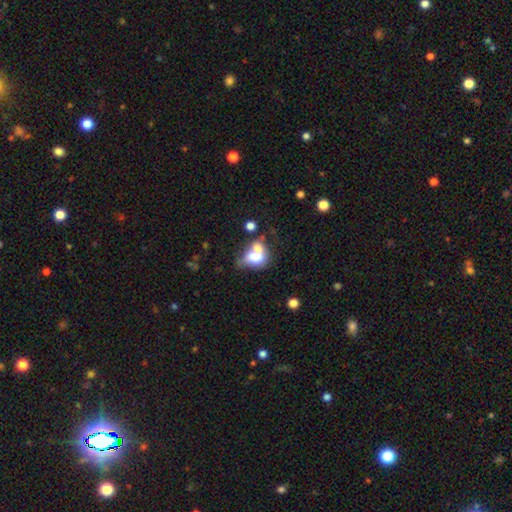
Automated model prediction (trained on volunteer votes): A smooth galaxy with no disk features (62%) that is in between round and cigar-shaped (73%). Merging: merger (58%).